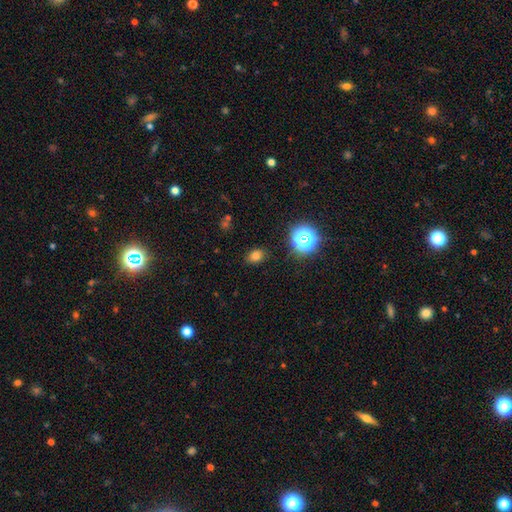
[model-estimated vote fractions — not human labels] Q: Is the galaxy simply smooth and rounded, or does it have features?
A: smooth — 76%.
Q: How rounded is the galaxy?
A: in between — 57%.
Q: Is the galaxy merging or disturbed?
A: none — 84%.